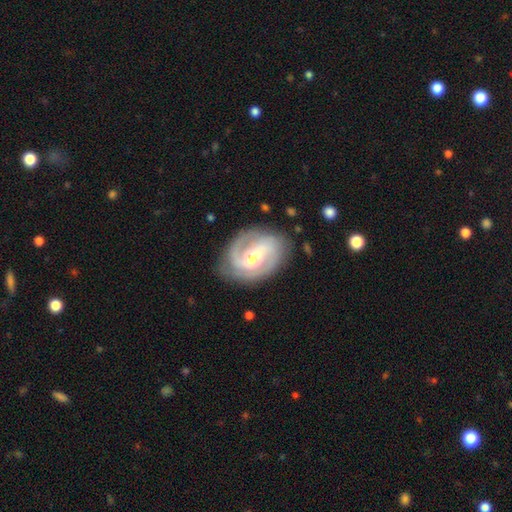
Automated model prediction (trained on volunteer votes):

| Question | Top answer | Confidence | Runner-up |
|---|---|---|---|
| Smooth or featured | featured or disk | 84% | smooth (10%) |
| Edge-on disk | no | 97% | yes (3%) |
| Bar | weak | 46% | no (28%) |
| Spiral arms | yes | 92% | no (8%) |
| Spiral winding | medium | 43% | tight (40%) |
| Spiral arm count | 2 | 75% | can't tell (10%) |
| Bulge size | moderate | 63% | large (26%) |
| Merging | none | 73% | minor disturbance (17%) |